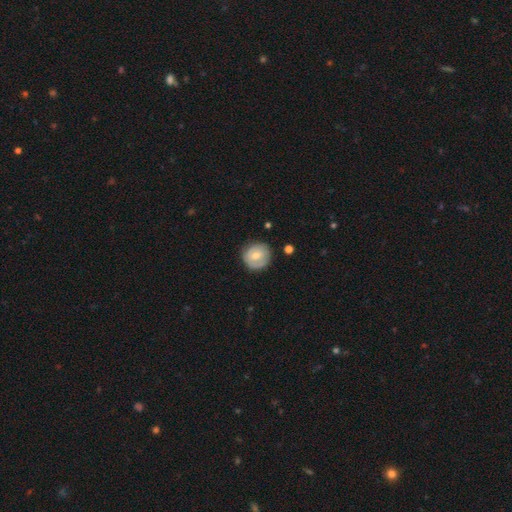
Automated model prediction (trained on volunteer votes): smooth-or-featured: smooth: 57% | featured or disk: 37% | star or artifact: 7%
  how-rounded: round: 90% | in between: 9% | cigar-shaped: 1%
  merging: none: 80% | minor disturbance: 15% | major disturbance: 3% | merger: 2%